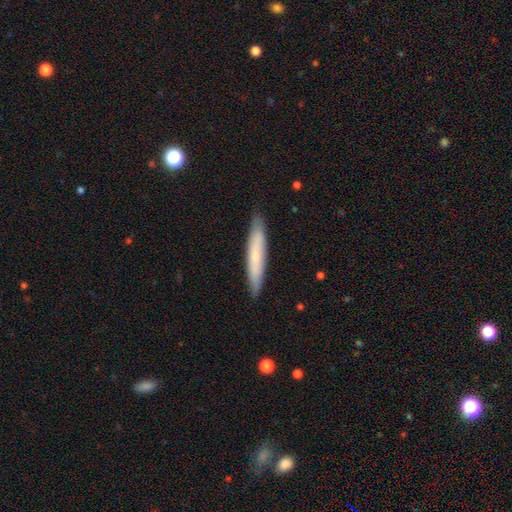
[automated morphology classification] Smooth or featured? smooth (62%)
How rounded? cigar-shaped (93%)
Merging? none (89%)